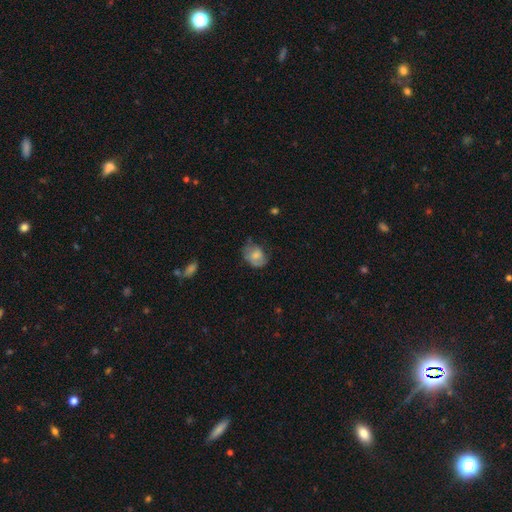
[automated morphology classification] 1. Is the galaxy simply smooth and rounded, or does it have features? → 65% smooth, 27% featured or disk, 8% star or artifact.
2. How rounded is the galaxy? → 61% in between, 38% round, 1% cigar-shaped.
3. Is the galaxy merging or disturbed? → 48% none, 33% minor disturbance, 17% major disturbance, 2% merger.